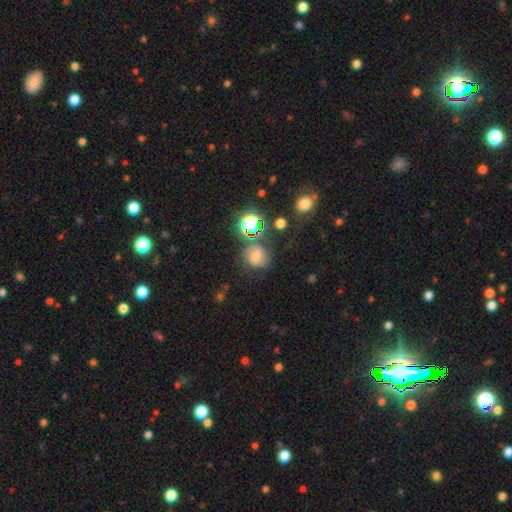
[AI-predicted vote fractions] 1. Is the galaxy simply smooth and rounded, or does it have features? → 41% smooth, 30% featured or disk, 29% star or artifact.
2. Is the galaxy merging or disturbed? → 60% none, 20% minor disturbance, 12% major disturbance, 8% merger.